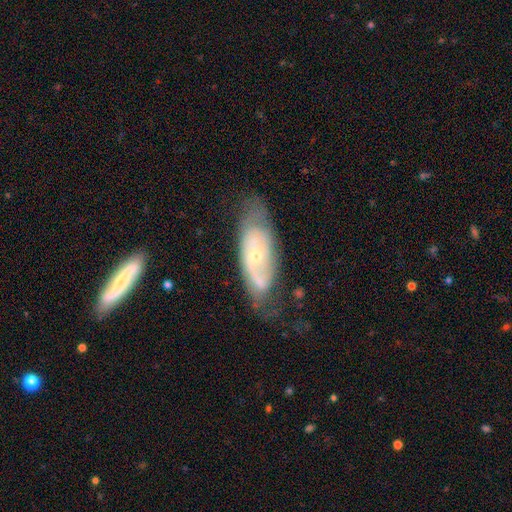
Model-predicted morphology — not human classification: This appears to be a featured or disk galaxy (71%) with no bar (75%), spiral arms (72%) and a small central bulge (66%). Merging: none (56%).